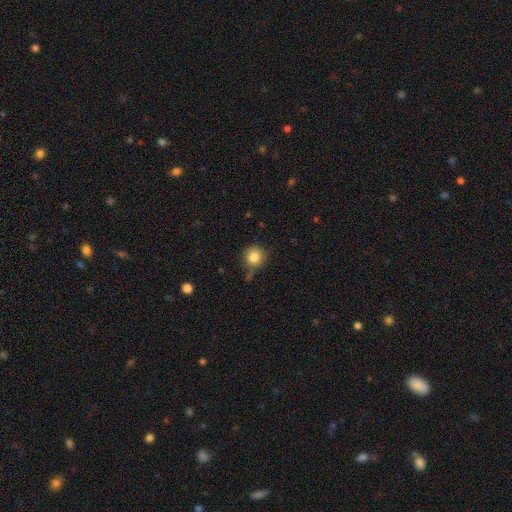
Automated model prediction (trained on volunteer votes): Smooth or featured: smooth — 84% (star or artifact — 10%)
How rounded: round — 92% (in between — 7%)
Merging: none — 73% (minor disturbance — 16%)